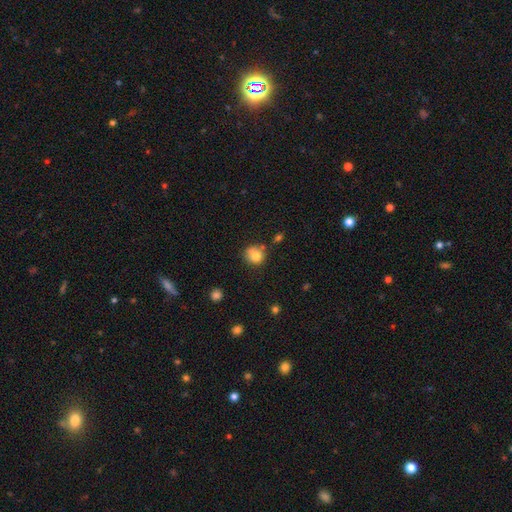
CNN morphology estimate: Q: Smooth or featured?
A: smooth (77%); runner-up: featured or disk (12%)
Q: How rounded?
A: round (81%); runner-up: in between (18%)
Q: Merging?
A: none (54%); runner-up: minor disturbance (21%)